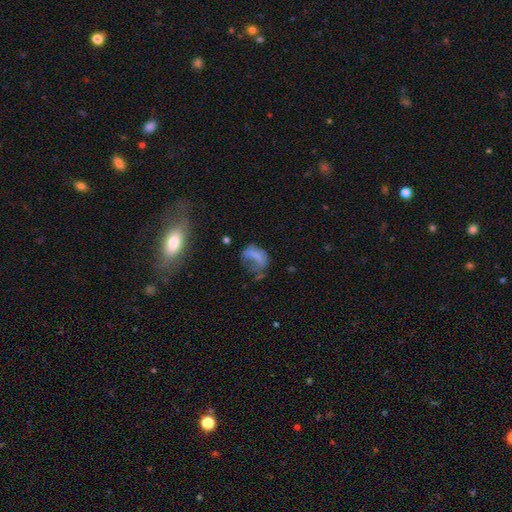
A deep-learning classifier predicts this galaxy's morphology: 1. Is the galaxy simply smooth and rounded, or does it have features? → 54% smooth, 31% featured or disk, 15% star or artifact.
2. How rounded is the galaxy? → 70% in between, 24% round, 5% cigar-shaped.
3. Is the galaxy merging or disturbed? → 45% major disturbance, 25% none, 24% minor disturbance, 5% merger.